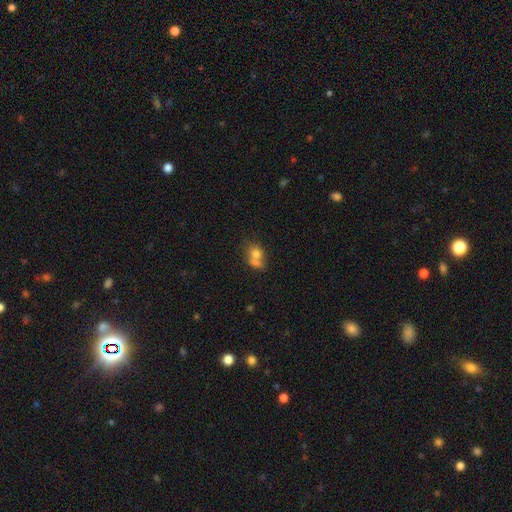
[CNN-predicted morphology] The model was most divided on "how rounded": round: 56%, in between: 43%, cigar-shaped: 1%. More confident: smooth or featured — smooth (72%); merging — merger (56%).